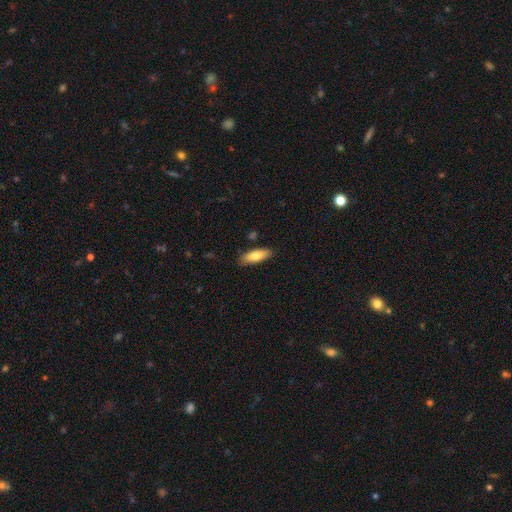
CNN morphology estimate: Q: Smooth or featured?
A: smooth (77%); runner-up: featured or disk (17%)
Q: How rounded?
A: in between (65%); runner-up: cigar-shaped (33%)
Q: Merging?
A: none (85%); runner-up: minor disturbance (11%)